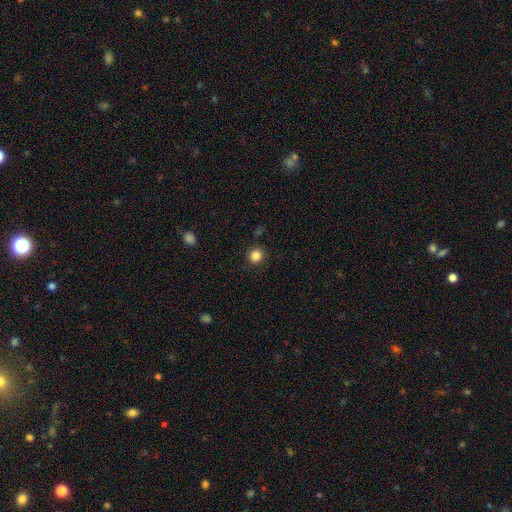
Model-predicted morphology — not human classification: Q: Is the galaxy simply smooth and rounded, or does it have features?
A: smooth — 85%.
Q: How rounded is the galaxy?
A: round — 93%.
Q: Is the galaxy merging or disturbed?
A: none — 90%.